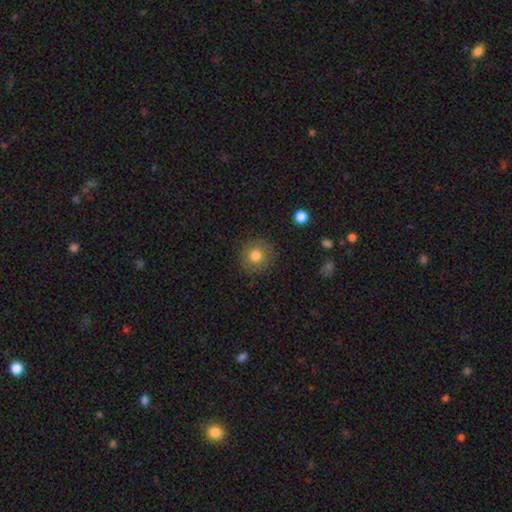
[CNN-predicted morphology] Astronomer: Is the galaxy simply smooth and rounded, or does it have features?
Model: smooth — 77%.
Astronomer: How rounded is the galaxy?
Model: round — 94%.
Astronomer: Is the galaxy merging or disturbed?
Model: none — 87%.